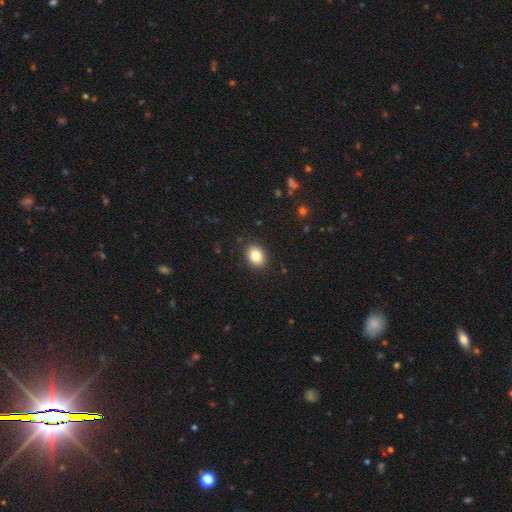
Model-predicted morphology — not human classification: This is clearly a smooth galaxy (84%). How rounded: likely in between (61%). Merging: clearly none (89%).